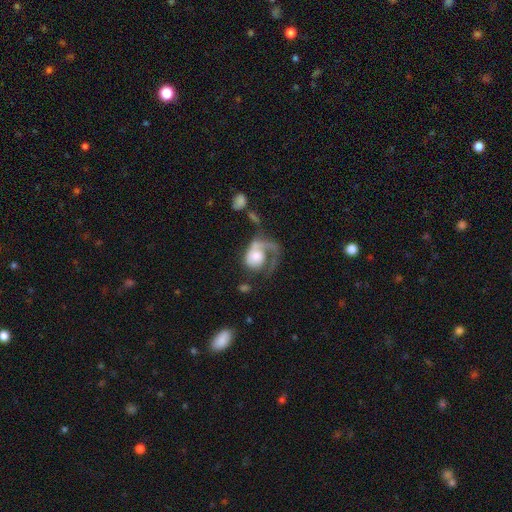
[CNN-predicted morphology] This appears to be a featured or disk galaxy (71%) with no bar (79%), 1 (88%) loose (43%) spiral arms (84%) and a moderate central bulge (44%). Merging: major disturbance (53%).